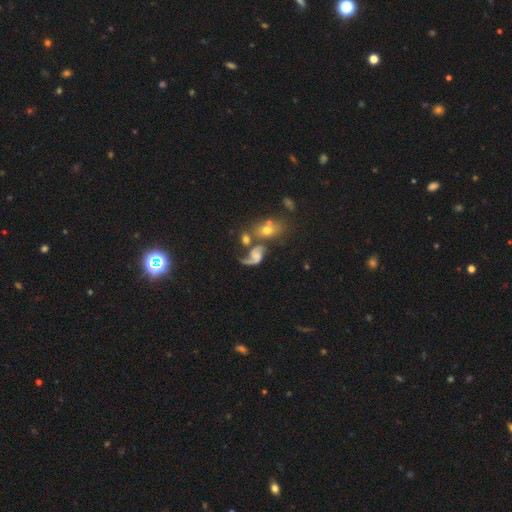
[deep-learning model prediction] Smooth or featured? Predicted: featured or disk (p=0.72). Edge-on disk? Predicted: no (p=0.97). Bar? Predicted: no (p=0.58). Spiral arms? Predicted: yes (p=0.90). Spiral winding? Predicted: loose (p=0.67). Spiral arm count? Predicted: 2 (p=0.66). Bulge size? Predicted: none (p=0.37). Merging? Predicted: merger (p=0.32).